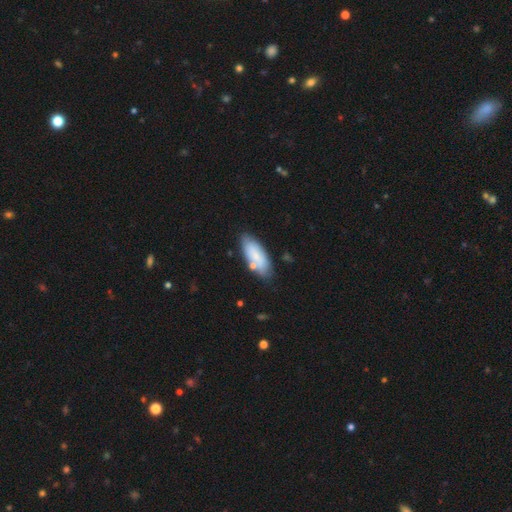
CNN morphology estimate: Smooth or featured: smooth — 75% (featured or disk — 19%)
How rounded: in between — 81% (cigar-shaped — 18%)
Merging: none — 73% (minor disturbance — 16%)